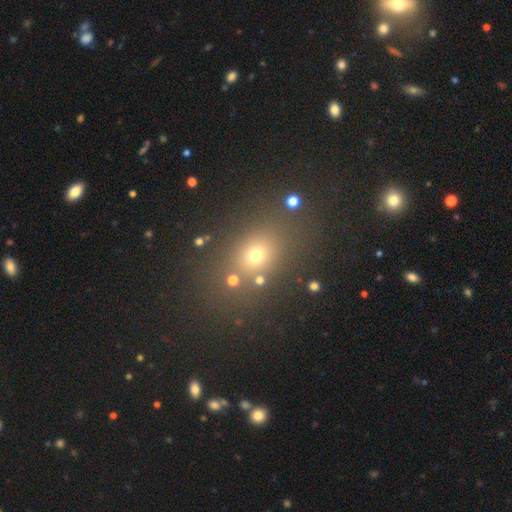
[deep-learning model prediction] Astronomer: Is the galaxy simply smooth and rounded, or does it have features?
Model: smooth — 64%.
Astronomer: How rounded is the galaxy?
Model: in between — 49% (runner-up: round, 48%).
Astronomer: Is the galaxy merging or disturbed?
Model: none — 77%.